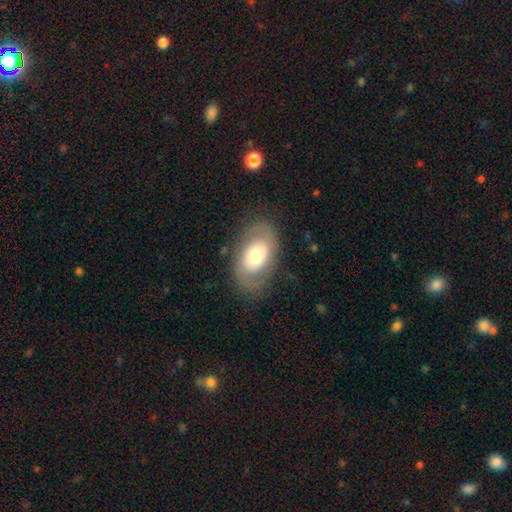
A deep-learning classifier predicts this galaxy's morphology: The model was most divided on "smooth or featured": featured or disk: 49%, smooth: 45%, star or artifact: 7%. More confident: merging — none (78%).